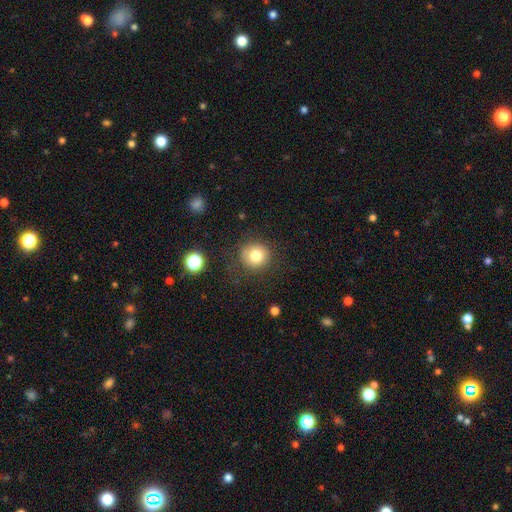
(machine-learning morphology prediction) Smooth or featured? smooth (78%)
How rounded? round (92%)
Merging? none (81%)